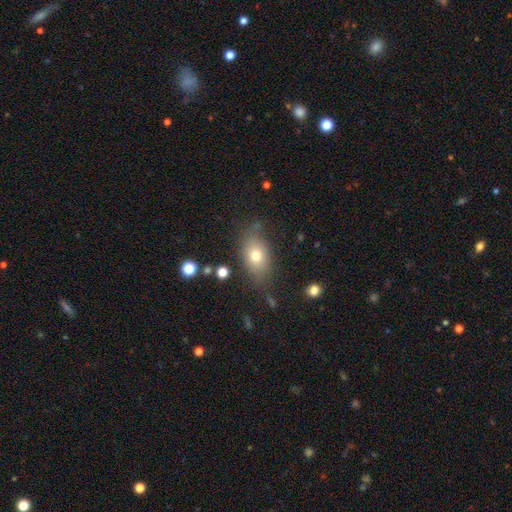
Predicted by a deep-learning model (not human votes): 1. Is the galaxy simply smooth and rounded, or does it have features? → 73% smooth, 16% featured or disk, 11% star or artifact.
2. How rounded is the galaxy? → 81% in between, 17% round, 2% cigar-shaped.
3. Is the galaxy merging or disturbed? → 72% none, 18% minor disturbance, 6% major disturbance, 3% merger.